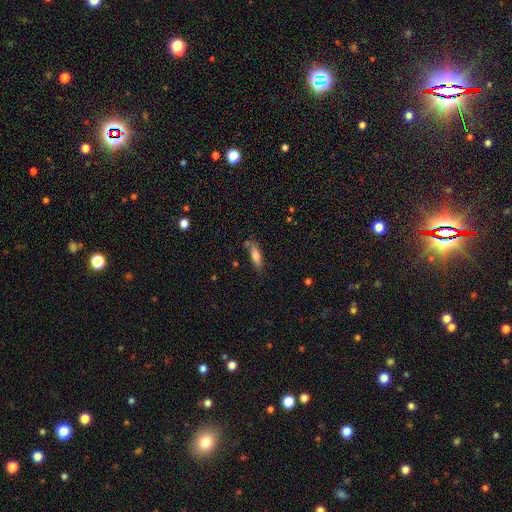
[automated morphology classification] smooth-or-featured: smooth: 74% | featured or disk: 19% | star or artifact: 7%
  how-rounded: cigar-shaped: 52% | in between: 46% | round: 2%
  merging: none: 68% | minor disturbance: 21% | merger: 6% | major disturbance: 5%